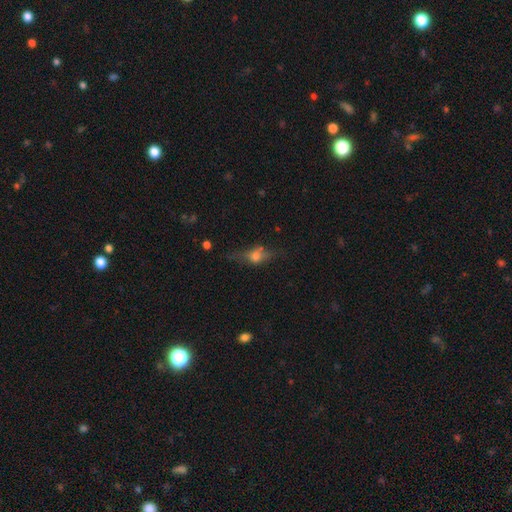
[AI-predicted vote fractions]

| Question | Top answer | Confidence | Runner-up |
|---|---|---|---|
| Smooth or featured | featured or disk | 46% | smooth (40%) |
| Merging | none | 61% | minor disturbance (22%) |